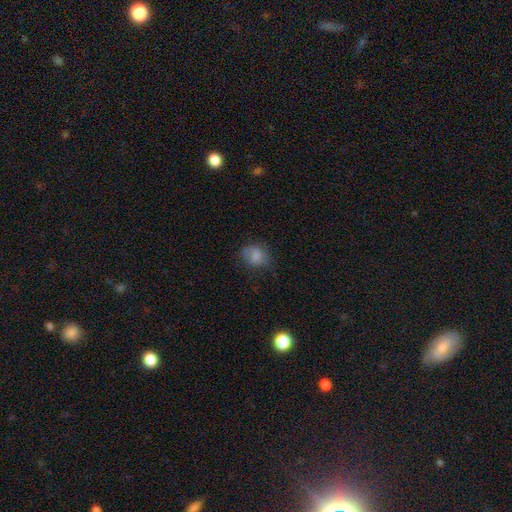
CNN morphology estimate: Q: Smooth or featured?
A: smooth (76%); runner-up: featured or disk (14%)
Q: How rounded?
A: round (59%); runner-up: in between (40%)
Q: Merging?
A: none (61%); runner-up: minor disturbance (26%)